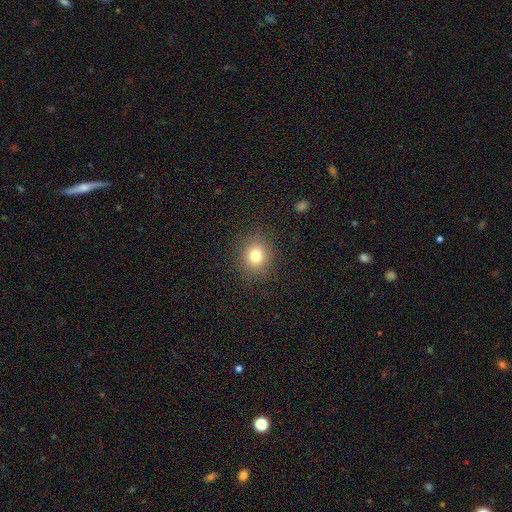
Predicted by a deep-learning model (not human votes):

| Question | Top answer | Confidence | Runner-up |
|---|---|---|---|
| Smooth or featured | smooth | 78% | star or artifact (14%) |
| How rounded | round | 78% | in between (21%) |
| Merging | none | 87% | minor disturbance (8%) |